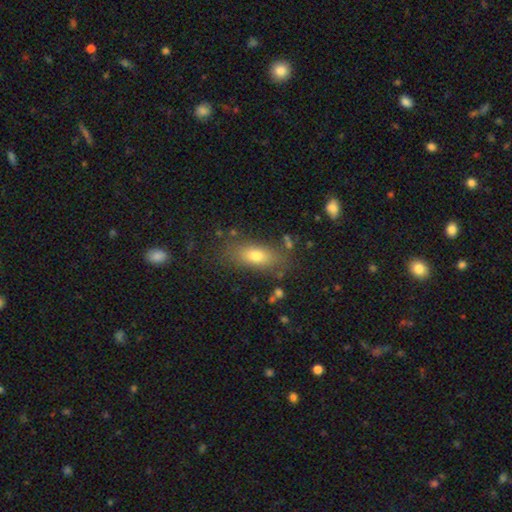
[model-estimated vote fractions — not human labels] Q: Smooth or featured?
A: smooth (74%); runner-up: featured or disk (16%)
Q: How rounded?
A: in between (77%); runner-up: cigar-shaped (17%)
Q: Merging?
A: none (78%); runner-up: minor disturbance (13%)